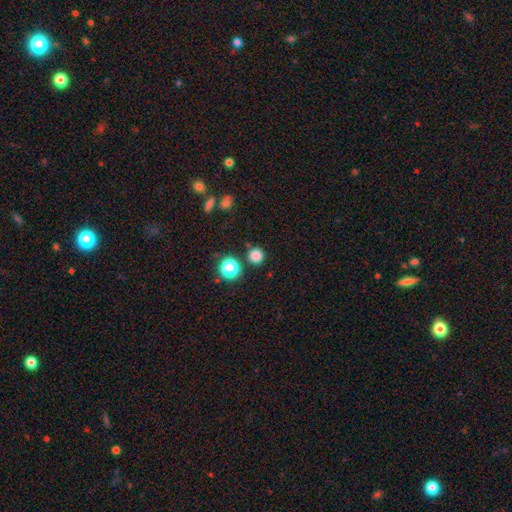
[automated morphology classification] A smooth galaxy with no disk features (80%) that is round (95%).

Vote fractions:
- Smooth or featured? smooth: 80% / star or artifact: 16% / featured or disk: 4%
- How rounded? round: 95% / in between: 4% / cigar-shaped: 1%
- Merging? none: 85% / minor disturbance: 7% / merger: 5% / major disturbance: 3%